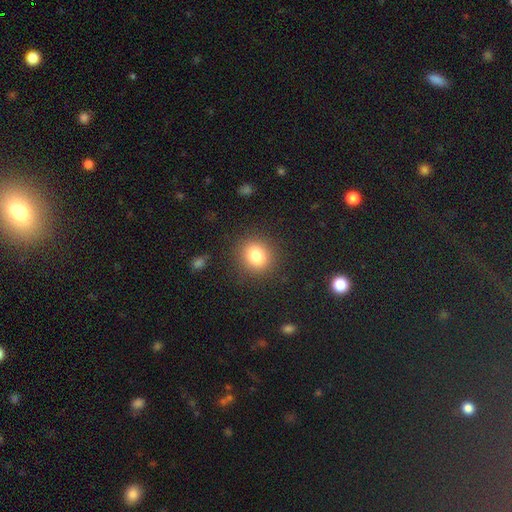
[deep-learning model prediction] Q: Smooth or featured?
A: smooth (81%); runner-up: star or artifact (12%)
Q: How rounded?
A: round (81%); runner-up: in between (19%)
Q: Merging?
A: none (88%); runner-up: minor disturbance (8%)